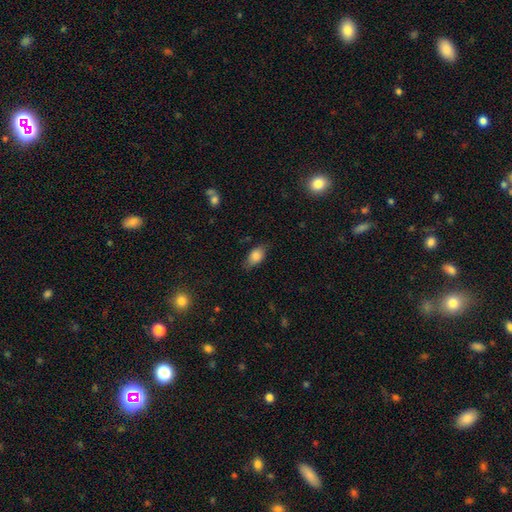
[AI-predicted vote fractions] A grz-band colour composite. It shows a smooth galaxy with no disk features (82%) that is in between round and cigar-shaped (88%). Merging: none (75%).